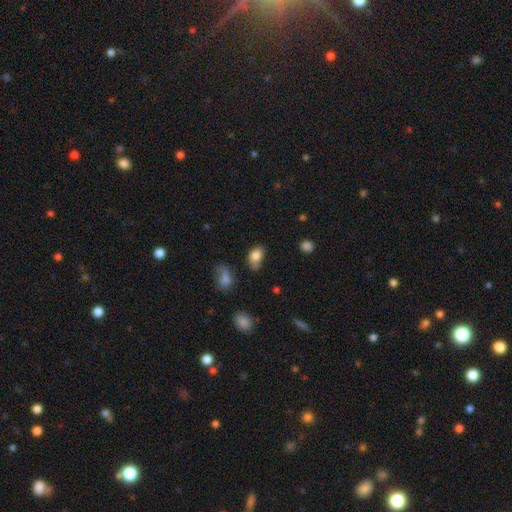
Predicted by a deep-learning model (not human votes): smooth-or-featured: smooth: 81% | featured or disk: 9% | star or artifact: 9%
  how-rounded: in between: 83% | round: 15% | cigar-shaped: 2%
  merging: none: 52% | minor disturbance: 33% | major disturbance: 9% | merger: 5%